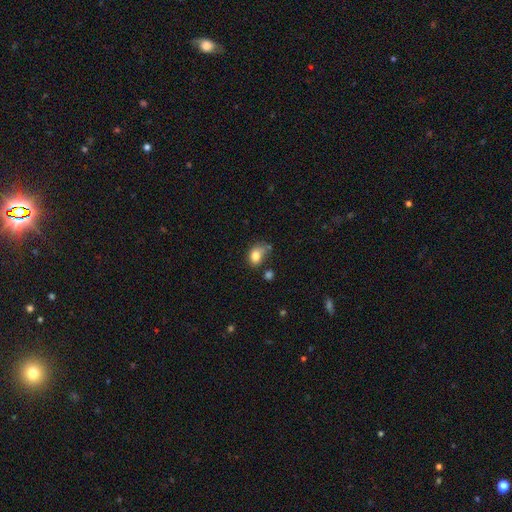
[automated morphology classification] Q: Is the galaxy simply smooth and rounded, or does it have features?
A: smooth — 80%.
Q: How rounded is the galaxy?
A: in between — 70%.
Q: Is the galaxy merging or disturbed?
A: none — 45%.